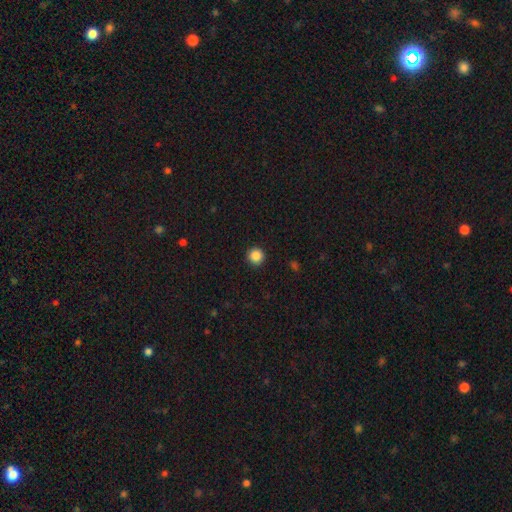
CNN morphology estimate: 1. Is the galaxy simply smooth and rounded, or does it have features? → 87% smooth, 10% star or artifact, 3% featured or disk.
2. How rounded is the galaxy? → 96% round, 3% in between, 1% cigar-shaped.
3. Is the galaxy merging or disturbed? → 93% none, 4% minor disturbance, 2% major disturbance, 1% merger.